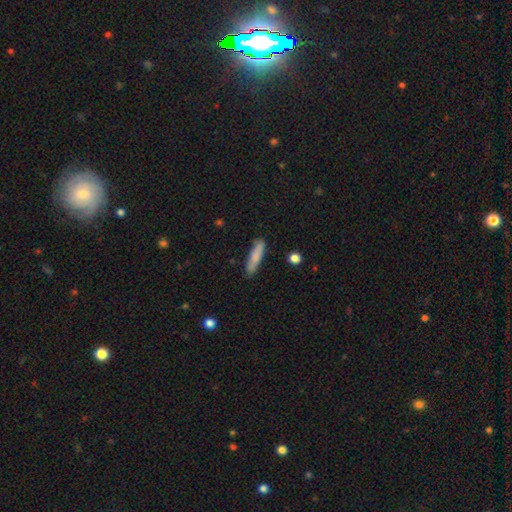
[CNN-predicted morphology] A smooth galaxy with no disk features (80%) that is cigar-shaped (81%).

Vote fractions:
- Smooth or featured? smooth: 80% / featured or disk: 14% / star or artifact: 6%
- How rounded? cigar-shaped: 81% / in between: 17% / round: 2%
- Merging? none: 84% / minor disturbance: 12% / major disturbance: 2% / merger: 2%